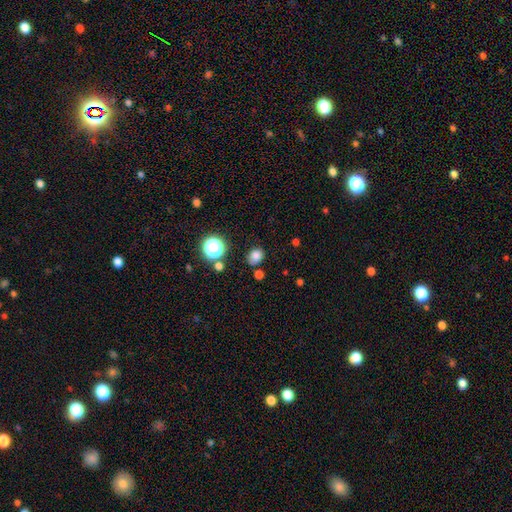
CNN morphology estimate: Q: Smooth or featured?
A: smooth (79%); runner-up: star or artifact (15%)
Q: How rounded?
A: round (54%); runner-up: in between (45%)
Q: Merging?
A: none (77%); runner-up: minor disturbance (14%)